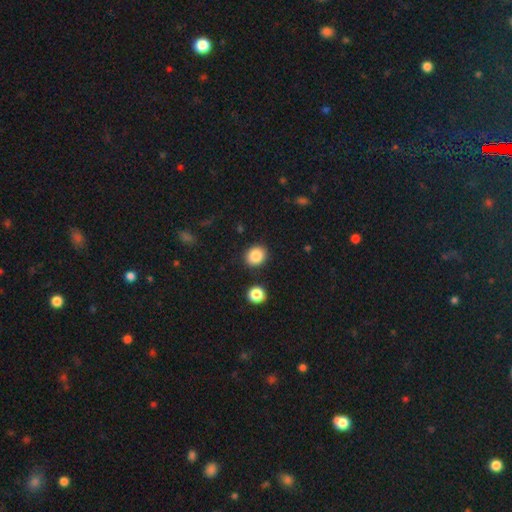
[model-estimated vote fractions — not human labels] smooth-or-featured: smooth: 86% | star or artifact: 10% | featured or disk: 5%
  how-rounded: round: 75% | in between: 24% | cigar-shaped: 1%
  merging: none: 88% | minor disturbance: 7% | merger: 3% | major disturbance: 2%